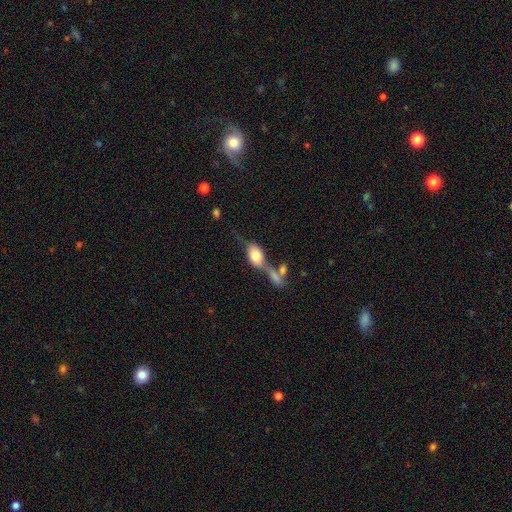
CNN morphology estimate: Overall: smooth (61%; featured or disk 31%). How rounded: in between (78%). Merging: merger (44%; none 25%).